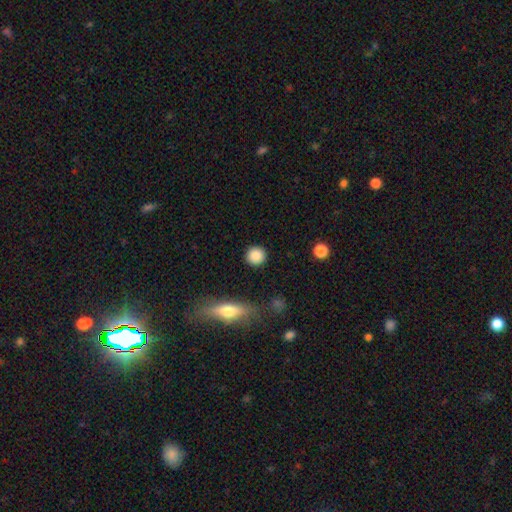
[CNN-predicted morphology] smooth-or-featured: smooth: 87% | star or artifact: 8% | featured or disk: 5%
  how-rounded: round: 92% | in between: 6% | cigar-shaped: 1%
  merging: none: 90% | minor disturbance: 6% | major disturbance: 2% | merger: 2%